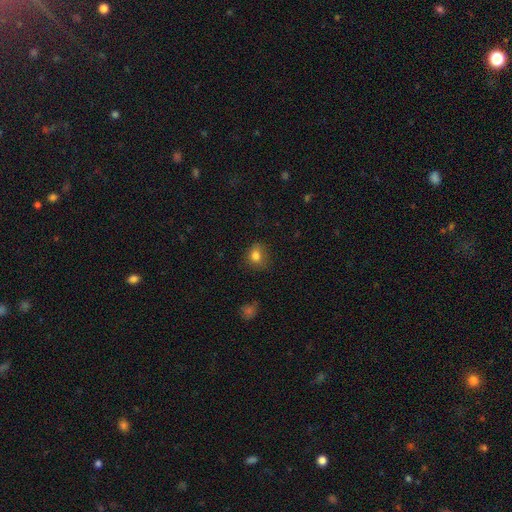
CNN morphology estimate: A smooth galaxy with no disk features (81%) that is round (58%). Merging: none (68%).